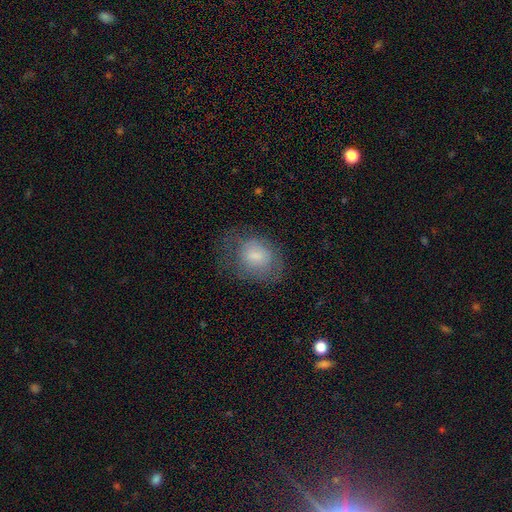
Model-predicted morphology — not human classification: Smooth or featured? Predicted: smooth (p=0.66). How rounded? Predicted: in between (p=0.59). Merging? Predicted: none (p=0.52).